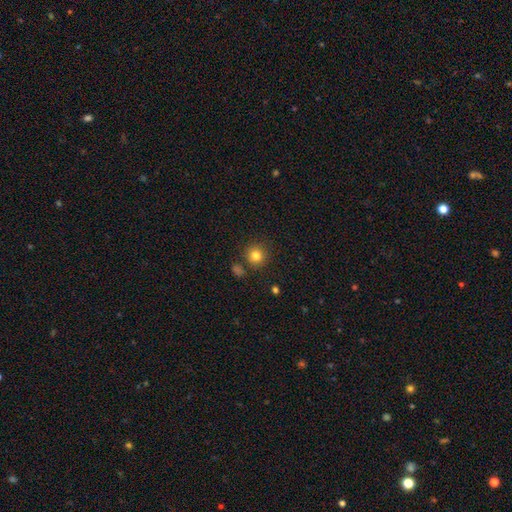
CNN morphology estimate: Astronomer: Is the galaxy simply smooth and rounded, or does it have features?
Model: smooth — 82%.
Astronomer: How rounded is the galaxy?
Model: round — 93%.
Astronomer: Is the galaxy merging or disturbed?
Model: none — 85%.